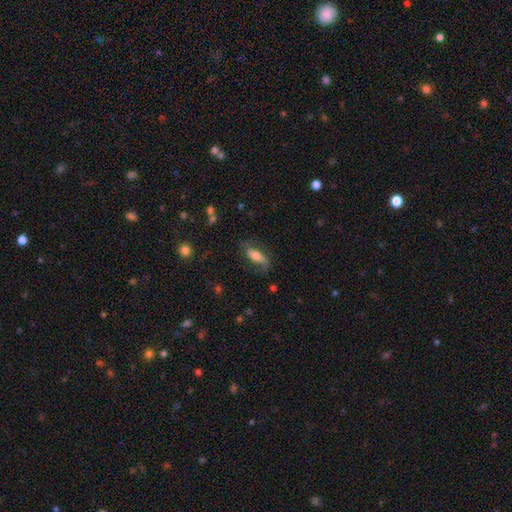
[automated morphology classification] The model was most divided on "smooth or featured": smooth: 53%, featured or disk: 39%, star or artifact: 8%. More confident: how rounded — in between (69%); merging — none (59%).